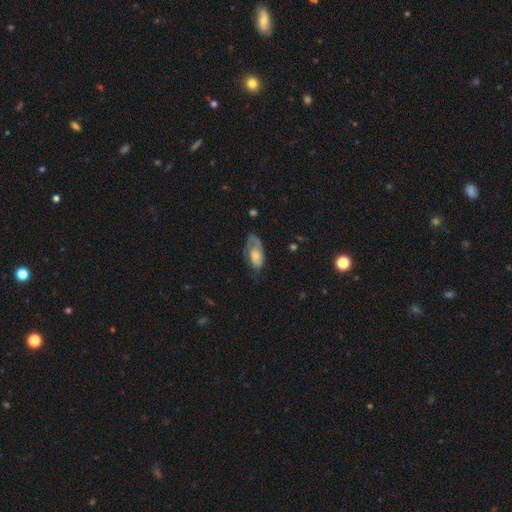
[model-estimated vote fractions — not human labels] smooth_or_featured: featured or disk (p=0.52) [alt: smooth p=0.42]
disk_edge_on: no (p=0.92) [alt: yes p=0.08]
merging: none (p=0.46) [alt: minor disturbance p=0.27]